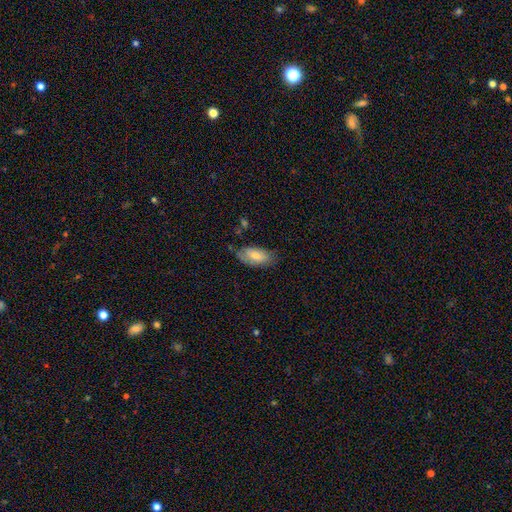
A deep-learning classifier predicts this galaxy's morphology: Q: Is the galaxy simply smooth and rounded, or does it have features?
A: smooth — 75%.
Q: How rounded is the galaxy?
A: in between — 92%.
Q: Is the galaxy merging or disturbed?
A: none — 63%.